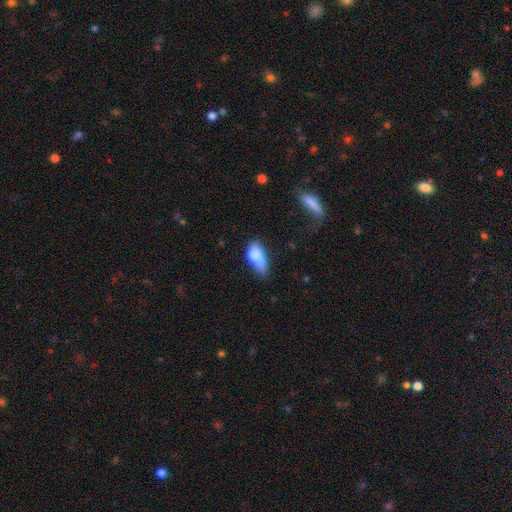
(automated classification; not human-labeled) Smooth or featured? smooth (78%)
How rounded? in between (89%)
Merging? minor disturbance (40%)